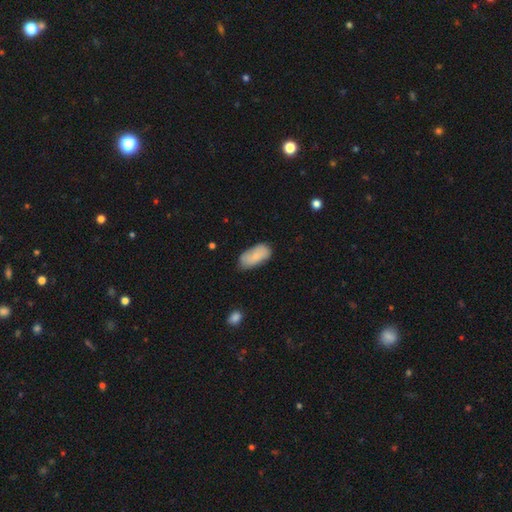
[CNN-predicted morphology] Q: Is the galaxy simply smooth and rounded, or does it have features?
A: smooth — 78%.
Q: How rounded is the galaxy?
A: in between — 92%.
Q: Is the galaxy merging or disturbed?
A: none — 62%.